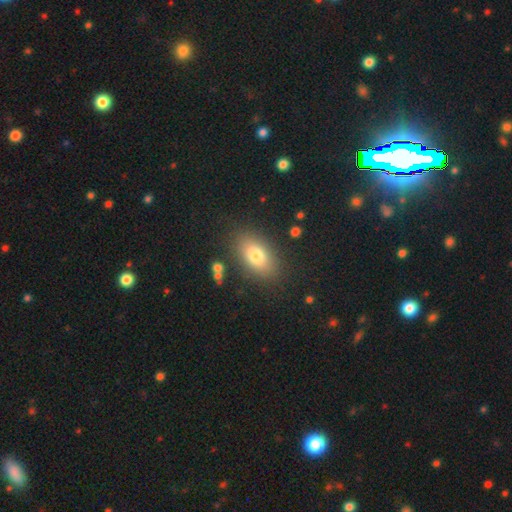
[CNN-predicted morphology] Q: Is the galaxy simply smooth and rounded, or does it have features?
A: smooth — 76%.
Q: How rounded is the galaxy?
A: in between — 86%.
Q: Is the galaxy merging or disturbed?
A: none — 84%.